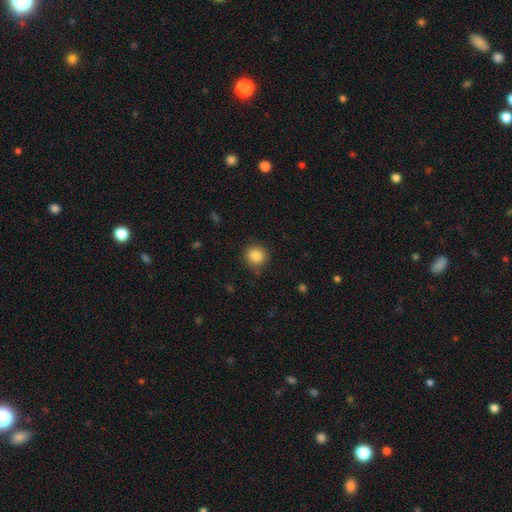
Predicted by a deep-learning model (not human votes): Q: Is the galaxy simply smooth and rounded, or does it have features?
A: smooth — 85%.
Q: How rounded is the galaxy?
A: round — 91%.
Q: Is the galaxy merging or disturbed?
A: none — 87%.